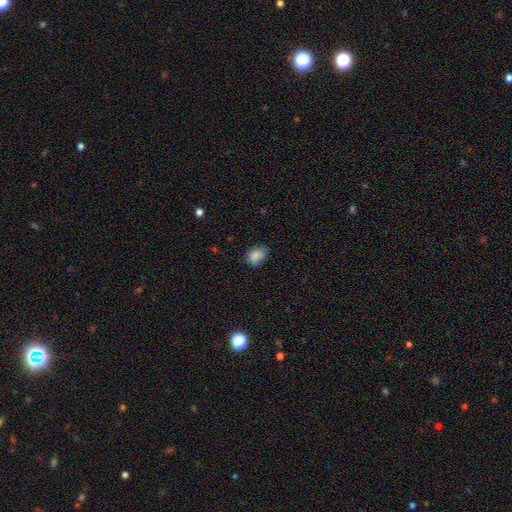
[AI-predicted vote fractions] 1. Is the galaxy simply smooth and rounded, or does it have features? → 84% smooth, 10% star or artifact, 7% featured or disk.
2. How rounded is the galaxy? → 68% in between, 31% round, 1% cigar-shaped.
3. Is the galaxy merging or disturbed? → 62% none, 29% minor disturbance, 7% major disturbance, 2% merger.